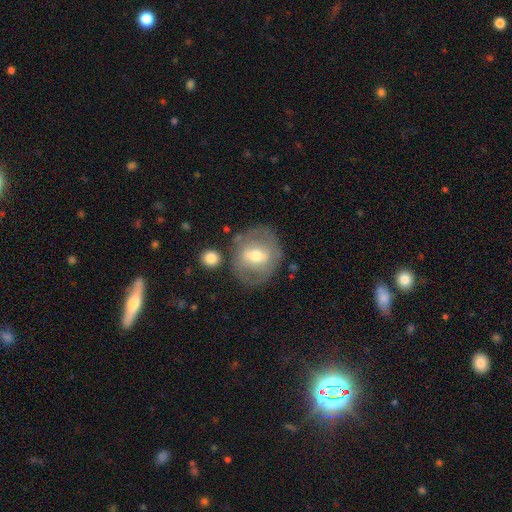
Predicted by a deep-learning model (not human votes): Smooth or featured? featured or disk (54%)
Edge-on disk? no (93%)
Bar? weak (44%)
Spiral arms? no (64%)
Bulge size? moderate (70%)
Merging? none (70%)